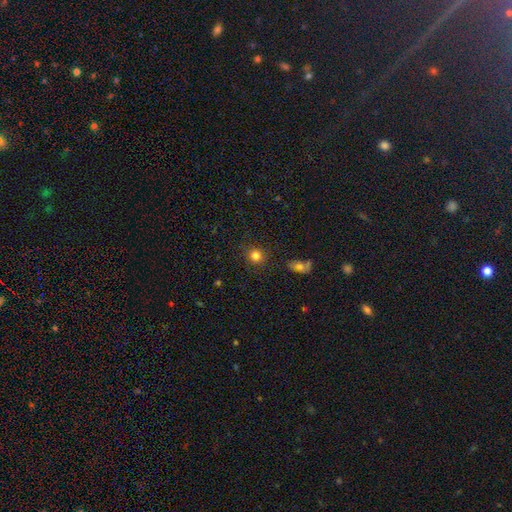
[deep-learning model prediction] smooth_or_featured: smooth (p=0.82) [alt: star or artifact p=0.12]
how_rounded: round (p=0.88) [alt: in between p=0.11]
merging: none (p=0.87) [alt: minor disturbance p=0.08]